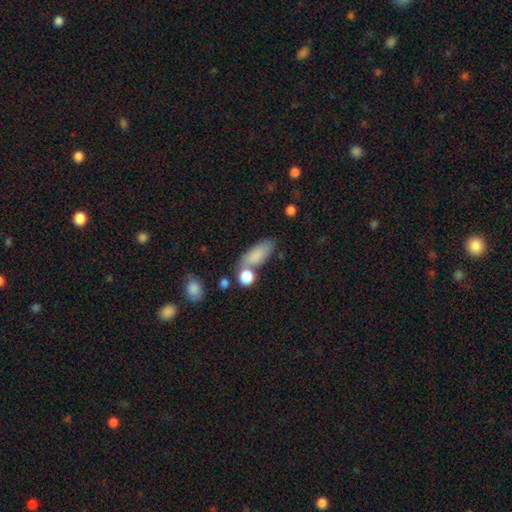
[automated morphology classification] smooth 82%, featured or disk 10%, star or artifact 8%. Down the decision tree: how rounded — in between (74%); merging — none (55%).